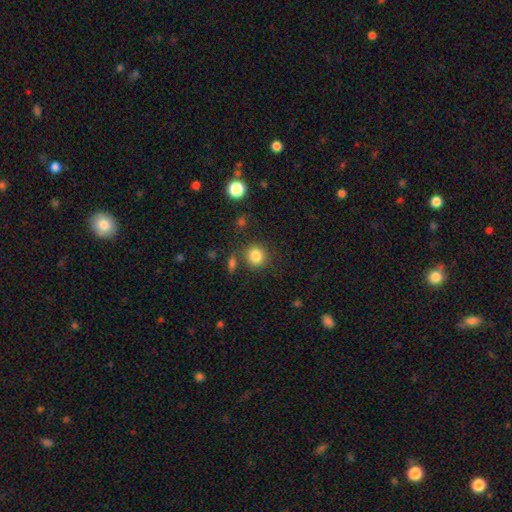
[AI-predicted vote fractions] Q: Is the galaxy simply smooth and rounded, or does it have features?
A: smooth — 84%.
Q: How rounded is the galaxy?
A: round — 89%.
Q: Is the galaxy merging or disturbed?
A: none — 80%.